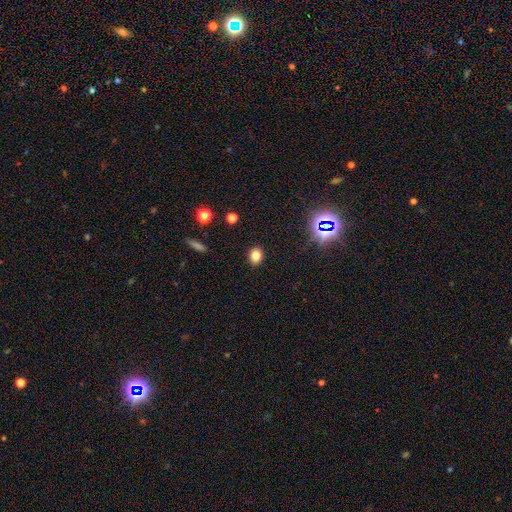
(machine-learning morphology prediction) Overall: smooth (78%). How rounded: round (59%; in between 40%). Merging: none (90%).